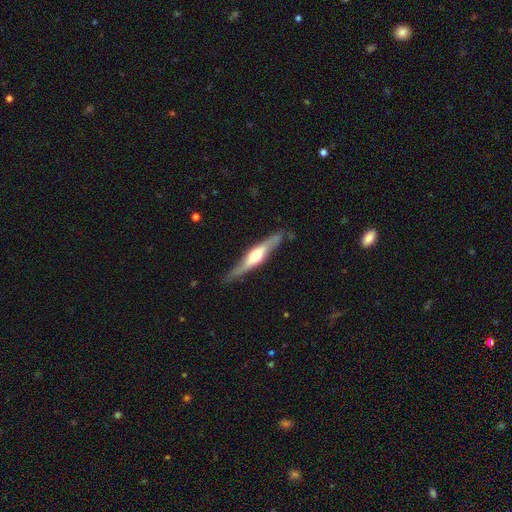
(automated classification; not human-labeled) Smooth or featured?
  - featured or disk: 66% *
  - smooth: 29%
  - star or artifact: 4%
Edge-on disk?
  - yes: 90% *
  - no: 10%
Edge-on bulge?
  - rounded: 79% *
  - boxy: 14%
  - none: 7%
Merging?
  - none: 82% *
  - minor disturbance: 14%
  - major disturbance: 3%
  - merger: 2%